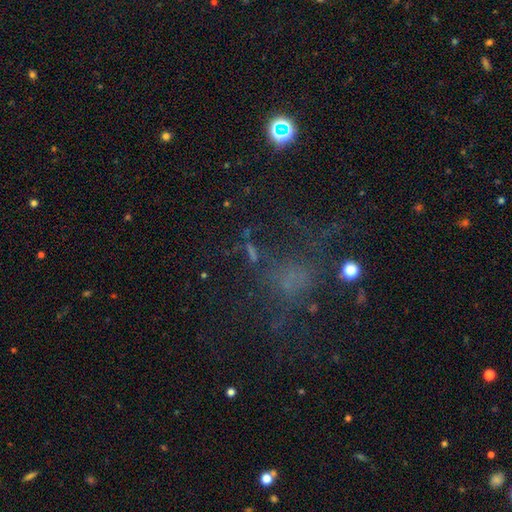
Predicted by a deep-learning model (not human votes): Smooth or featured? Predicted: star or artifact (p=0.39).